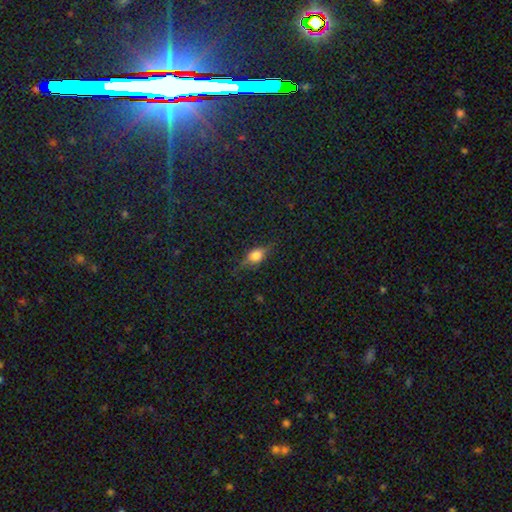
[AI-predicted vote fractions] smooth-or-featured: smooth: 60% | featured or disk: 27% | star or artifact: 13%
  how-rounded: in between: 66% | round: 22% | cigar-shaped: 12%
  merging: none: 75% | minor disturbance: 18% | major disturbance: 5% | merger: 1%